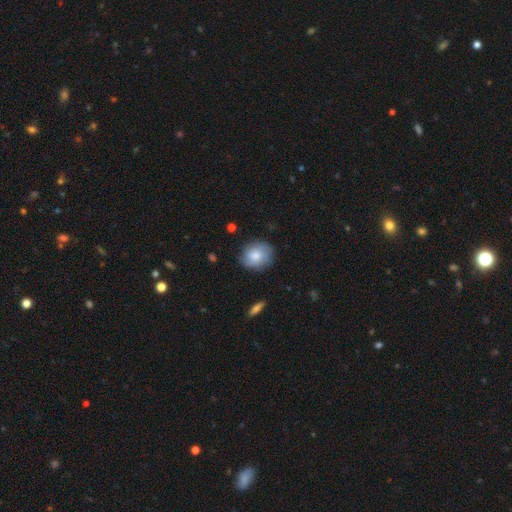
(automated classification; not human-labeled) Q: Smooth or featured?
A: smooth (64%); runner-up: featured or disk (28%)
Q: How rounded?
A: round (64%); runner-up: in between (35%)
Q: Merging?
A: none (79%); runner-up: minor disturbance (16%)